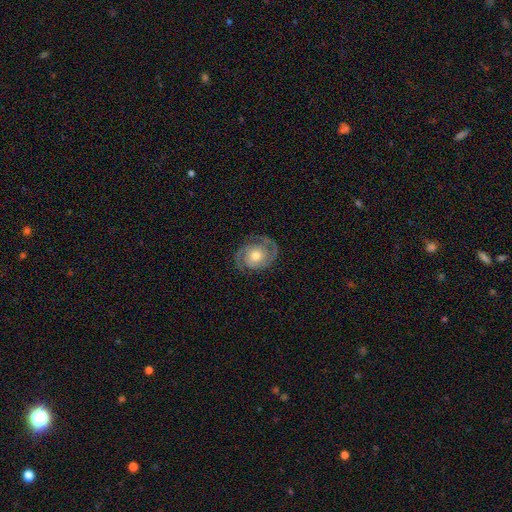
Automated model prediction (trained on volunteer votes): This is clearly a featured or disk galaxy (87%). It is clearly not viewed edge-on (97%). Bar: likely no (76%). Spiral arm pattern: clearly yes (97%). Spiral arm count: clearly 2 (89%). Spiral winding: possibly tight (56%). Central bulge: likely moderate (71%). Merging: likely none (80%).